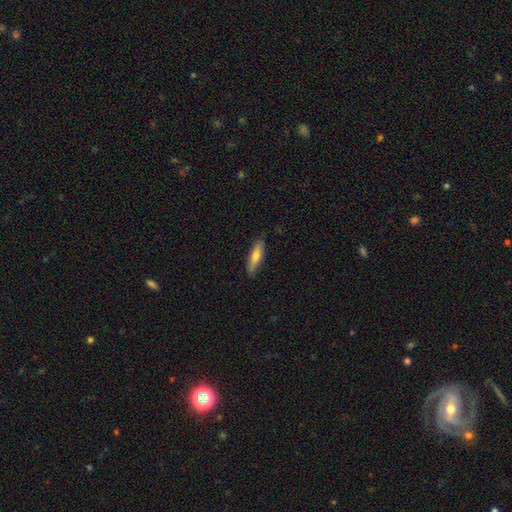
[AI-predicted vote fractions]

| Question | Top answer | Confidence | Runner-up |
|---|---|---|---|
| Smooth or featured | smooth | 64% | featured or disk (30%) |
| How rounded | cigar-shaped | 76% | in between (23%) |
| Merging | none | 87% | minor disturbance (10%) |